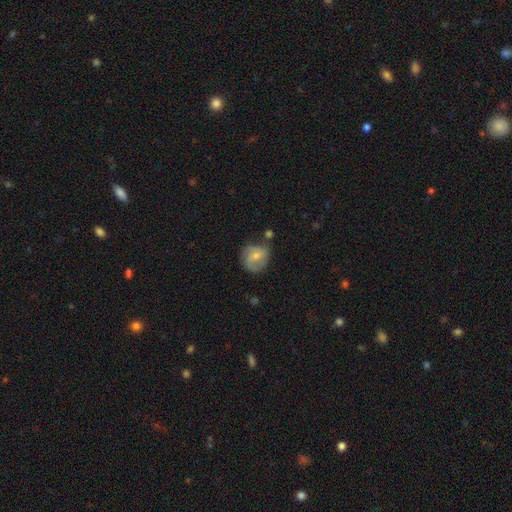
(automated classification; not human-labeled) This is possibly a smooth galaxy (50%). How rounded: likely round (74%). Merging: possibly none (58%).